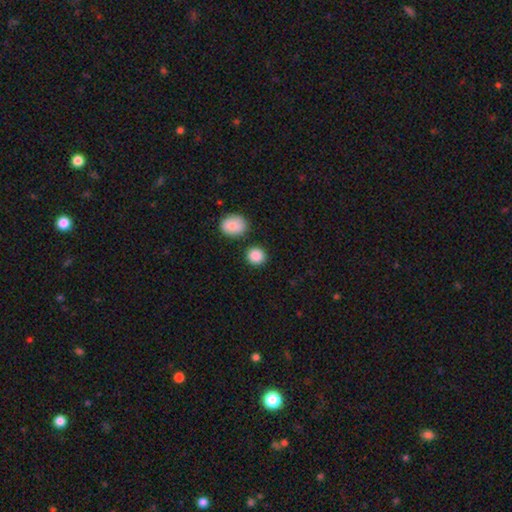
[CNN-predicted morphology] Smooth or featured? Predicted: smooth (p=0.88). How rounded? Predicted: round (p=0.88). Merging? Predicted: none (p=0.85).